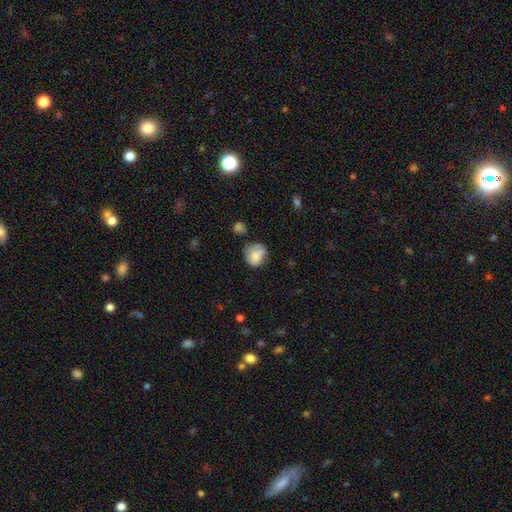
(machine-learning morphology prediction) Smooth or featured? Predicted: smooth (p=0.73). How rounded? Predicted: round (p=0.75). Merging? Predicted: none (p=0.51).